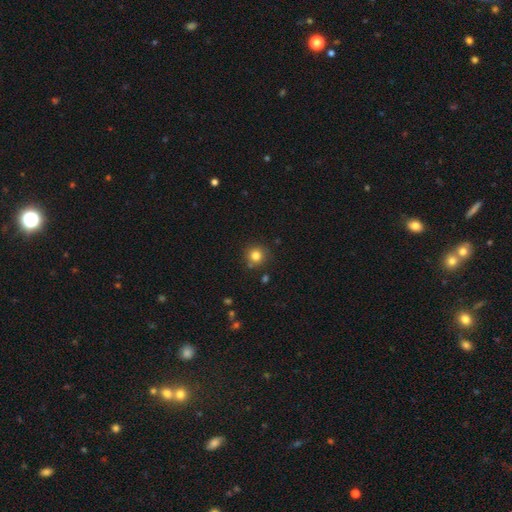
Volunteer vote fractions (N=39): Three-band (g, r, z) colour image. It shows a smooth galaxy with no disk features (79%) that is round (87%). Merging: none (86%).